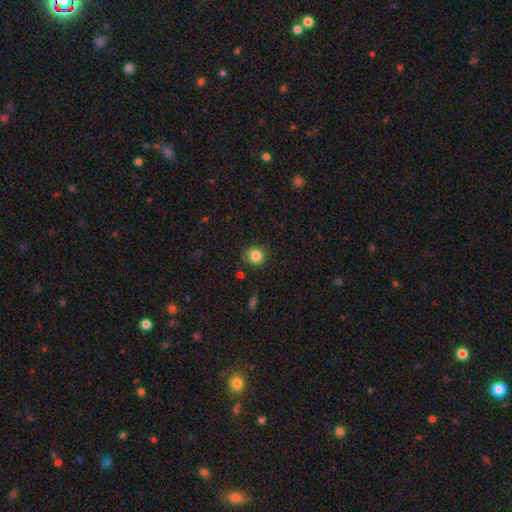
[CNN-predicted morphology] Smooth or featured? Predicted: smooth (p=0.84). How rounded? Predicted: round (p=0.90). Merging? Predicted: none (p=0.84).